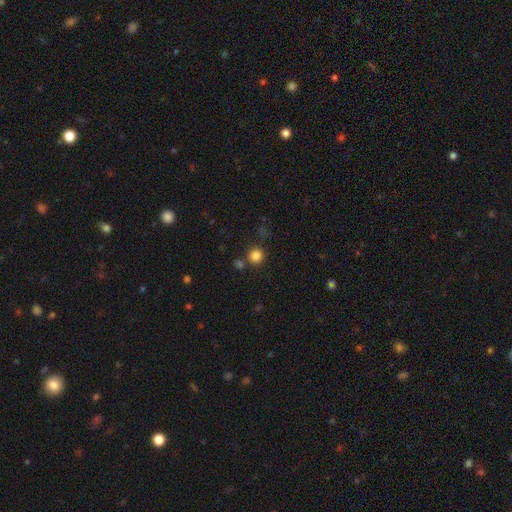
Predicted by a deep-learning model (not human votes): A smooth galaxy with no disk features (83%) that is round (93%). Merging: none (80%).